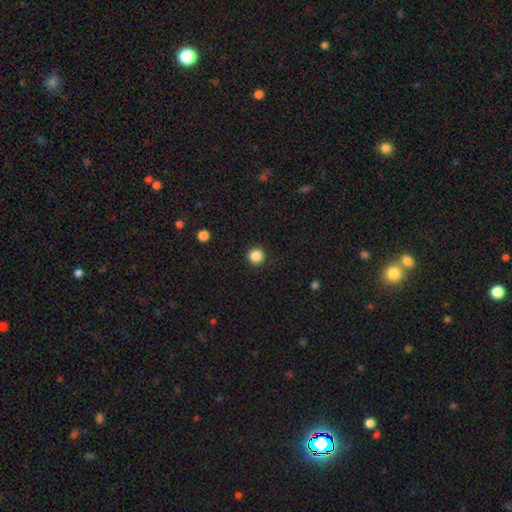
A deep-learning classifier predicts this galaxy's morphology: smooth_or_featured: smooth (p=0.86) [alt: star or artifact p=0.11]
how_rounded: round (p=0.96) [alt: in between p=0.03]
merging: none (p=0.93) [alt: minor disturbance p=0.04]